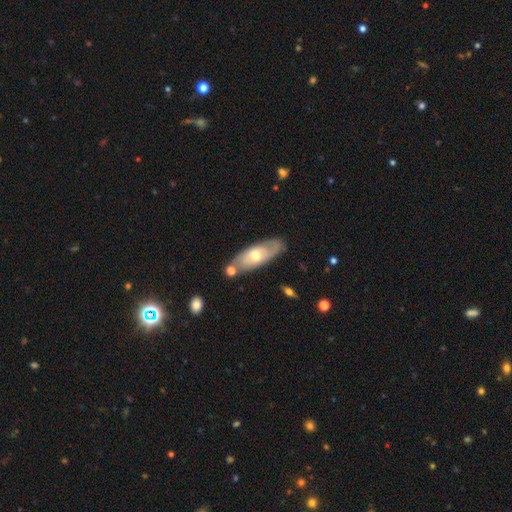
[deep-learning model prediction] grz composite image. It shows a featured or disk galaxy (52%). Merging: none (72%).